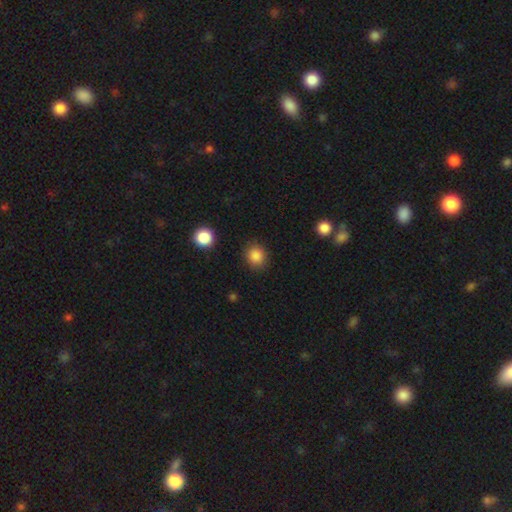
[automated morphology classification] smooth_or_featured: smooth (p=0.86) [alt: star or artifact p=0.10]
how_rounded: round (p=0.80) [alt: in between p=0.20]
merging: none (p=0.87) [alt: minor disturbance p=0.09]